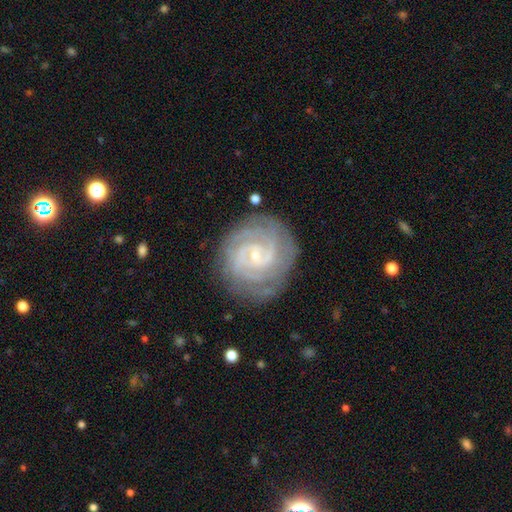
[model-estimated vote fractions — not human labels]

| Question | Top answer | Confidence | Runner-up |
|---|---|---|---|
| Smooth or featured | featured or disk | 88% | smooth (6%) |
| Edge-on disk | no | 98% | yes (2%) |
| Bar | no | 52% | weak (37%) |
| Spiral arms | yes | 98% | no (2%) |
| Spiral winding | tight | 76% | medium (21%) |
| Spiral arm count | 2 | 39% | 3 (21%) |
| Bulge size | small | 83% | moderate (13%) |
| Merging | none | 80% | minor disturbance (14%) |